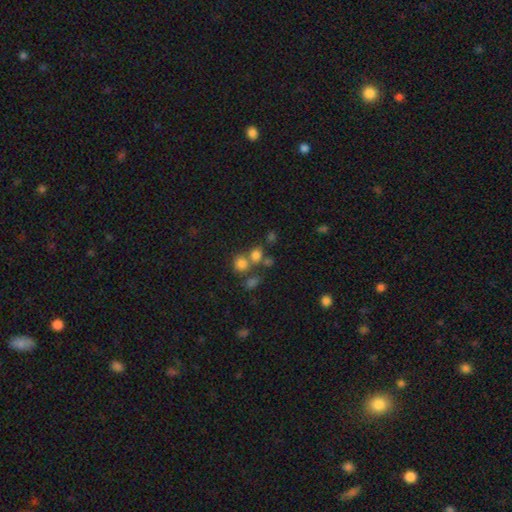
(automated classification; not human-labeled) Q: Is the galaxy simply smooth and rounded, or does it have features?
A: smooth — 72%.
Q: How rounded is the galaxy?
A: round — 75%.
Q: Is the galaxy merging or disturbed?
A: none — 50%.